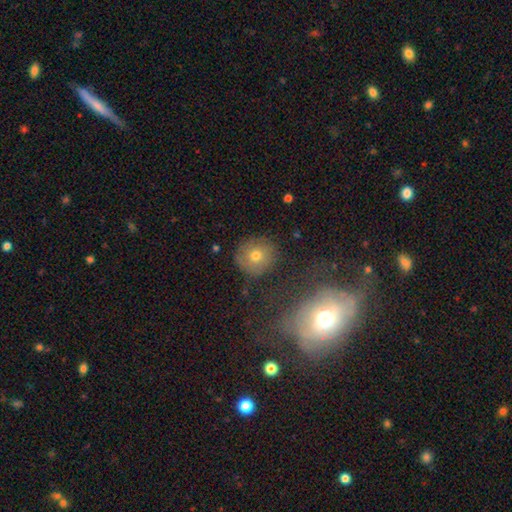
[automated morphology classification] type=smooth (64%); roundness=round (89%); merging=none (80%).